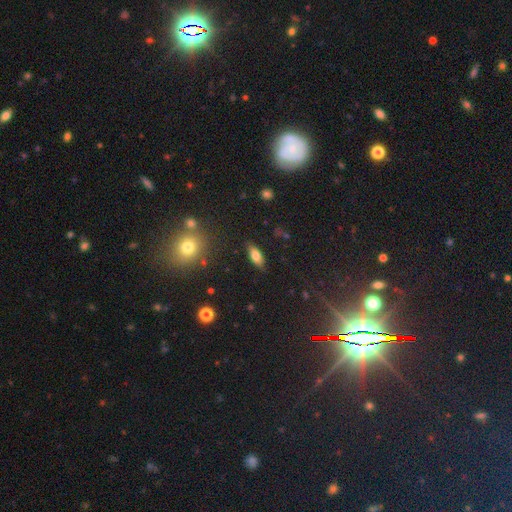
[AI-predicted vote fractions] smooth-or-featured: smooth: 76% | featured or disk: 15% | star or artifact: 9%
  how-rounded: in between: 82% | cigar-shaped: 14% | round: 4%
  merging: none: 85% | minor disturbance: 11% | major disturbance: 3% | merger: 2%